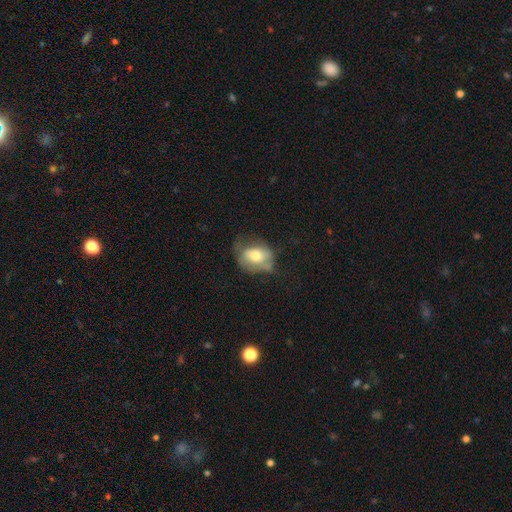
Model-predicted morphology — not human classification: smooth-or-featured: smooth: 61% | featured or disk: 31% | star or artifact: 9%
  how-rounded: in between: 60% | round: 39% | cigar-shaped: 1%
  merging: none: 36% | minor disturbance: 33% | major disturbance: 25% | merger: 5%